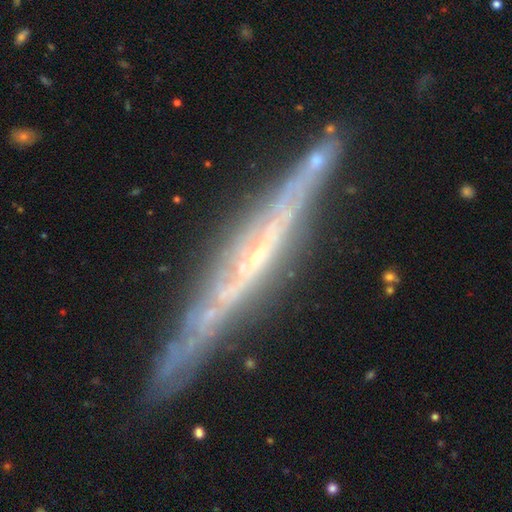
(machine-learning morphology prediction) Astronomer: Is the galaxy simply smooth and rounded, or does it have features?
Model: featured or disk — 81%.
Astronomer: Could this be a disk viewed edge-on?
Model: yes — 96%.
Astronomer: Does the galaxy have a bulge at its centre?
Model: none — 63%.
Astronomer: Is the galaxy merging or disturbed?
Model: none — 85%.